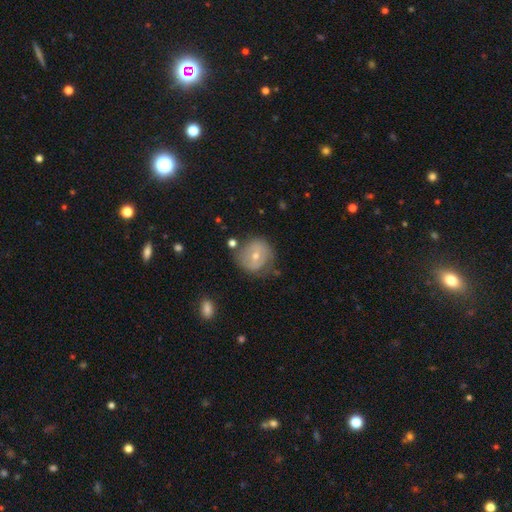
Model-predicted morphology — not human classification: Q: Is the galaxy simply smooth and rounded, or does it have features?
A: featured or disk — 49%.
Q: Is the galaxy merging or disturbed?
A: none — 64%.